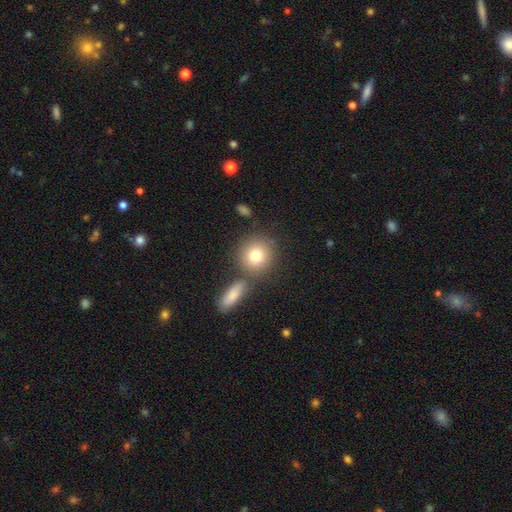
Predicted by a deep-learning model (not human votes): smooth-or-featured: smooth: 79% | featured or disk: 12% | star or artifact: 9%
  how-rounded: round: 87% | in between: 12% | cigar-shaped: 1%
  merging: none: 69% | merger: 18% | minor disturbance: 10% | major disturbance: 3%